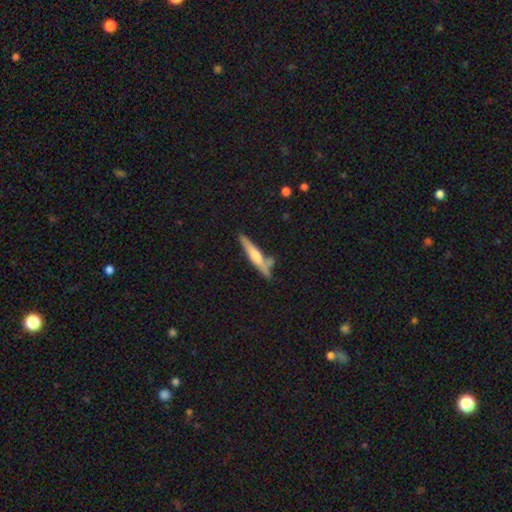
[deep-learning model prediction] smooth_or_featured: featured or disk (p=0.56) [alt: smooth p=0.38]
disk_edge_on: yes (p=0.95) [alt: no p=0.05]
edge_on_bulge: rounded (p=0.80) [alt: none p=0.11]
merging: none (p=0.74) [alt: minor disturbance p=0.14]